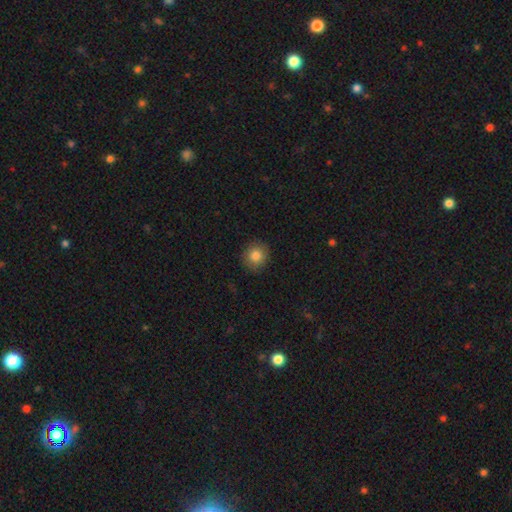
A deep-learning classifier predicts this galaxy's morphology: This is clearly a smooth galaxy (84%). How rounded: clearly round (88%). Merging: clearly none (89%).